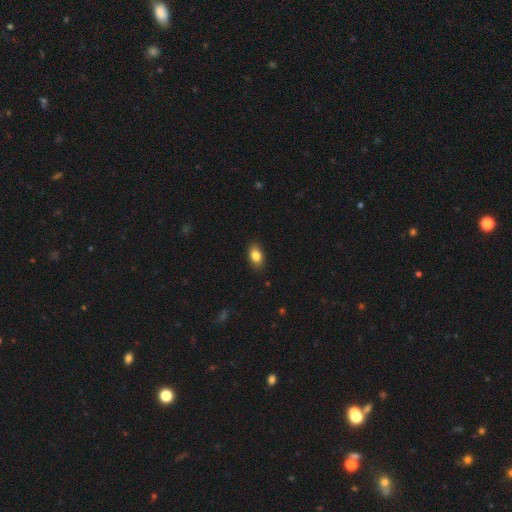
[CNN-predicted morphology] Smooth or featured?
  - smooth: 85% *
  - star or artifact: 8%
  - featured or disk: 7%
How rounded?
  - in between: 88% *
  - round: 10%
  - cigar-shaped: 2%
Merging?
  - none: 87% *
  - minor disturbance: 10%
  - major disturbance: 2%
  - merger: 1%